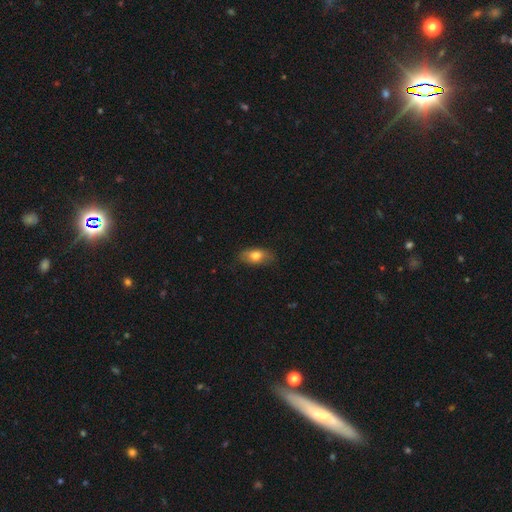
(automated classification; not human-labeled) smooth-or-featured: smooth: 75% | featured or disk: 17% | star or artifact: 7%
  how-rounded: in between: 87% | round: 7% | cigar-shaped: 6%
  merging: none: 79% | minor disturbance: 16% | major disturbance: 3% | merger: 1%